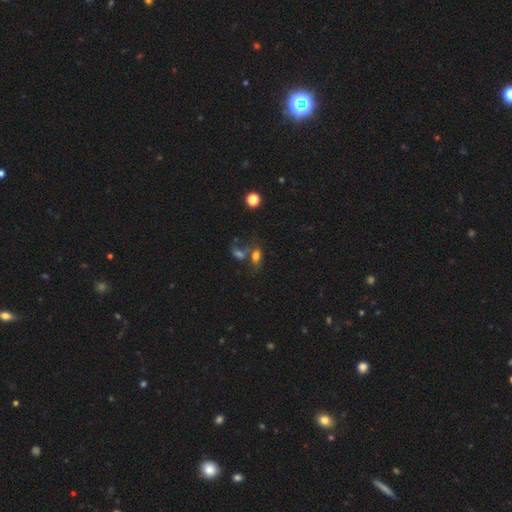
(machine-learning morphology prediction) Overall: smooth (69%). How rounded: in between (79%). Merging: merger (40%; none 38%).